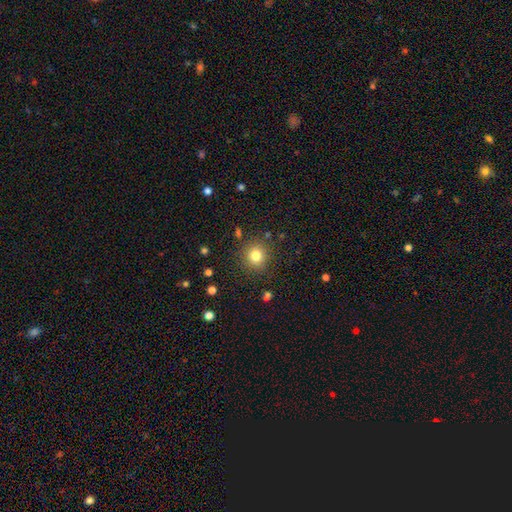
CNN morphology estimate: smooth_or_featured: smooth (p=0.80) [alt: star or artifact p=0.13]
how_rounded: round (p=0.92) [alt: in between p=0.07]
merging: none (p=0.88) [alt: minor disturbance p=0.07]